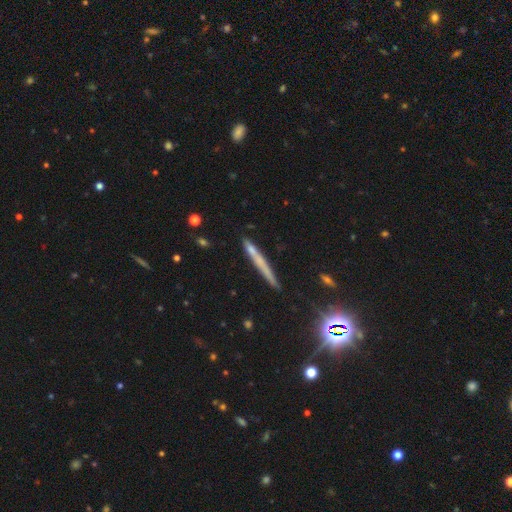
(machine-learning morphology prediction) smooth 46%, featured or disk 38%, star or artifact 16%. Down the decision tree: merging — none (80%).